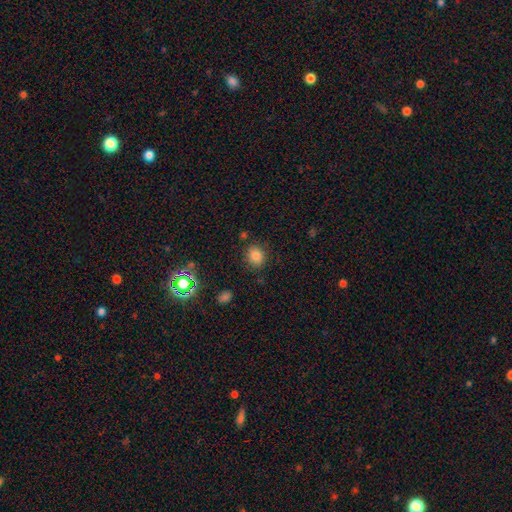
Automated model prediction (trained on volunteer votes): This is clearly a smooth galaxy (81%). How rounded: possibly round (60%). Merging: clearly none (83%).